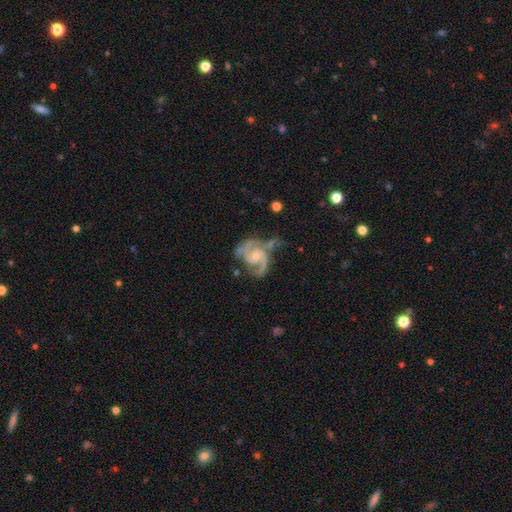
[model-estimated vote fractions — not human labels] Smooth or featured?
  - featured or disk: 91% *
  - star or artifact: 4%
  - smooth: 4%
Edge-on disk?
  - no: 98% *
  - yes: 2%
Bar?
  - no: 60% *
  - weak: 33%
  - strong: 7%
Spiral arms?
  - yes: 98% *
  - no: 2%
Spiral winding?
  - medium: 56% *
  - tight: 31%
  - loose: 13%
Spiral arm count?
  - 2: 80% *
  - 3: 10%
  - can't tell: 4%
  - 1: 2%
  - 4: 2%
  - more than 4: 2%
Bulge size?
  - small: 59% *
  - moderate: 35%
  - none: 4%
  - large: 2%
  - dominant: 1%
Merging?
  - none: 49% *
  - minor disturbance: 25%
  - major disturbance: 18%
  - merger: 8%